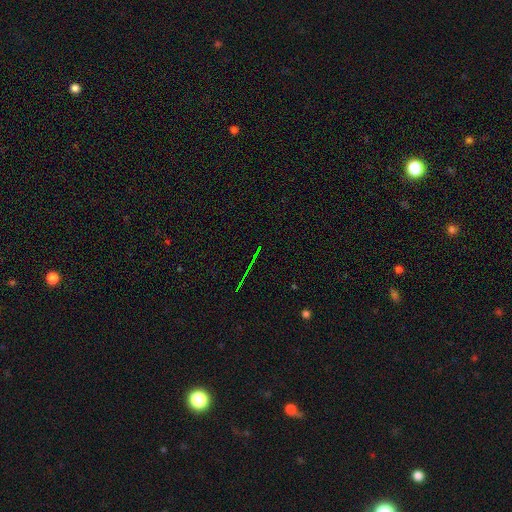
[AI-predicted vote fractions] Smooth or featured? star or artifact (77%)